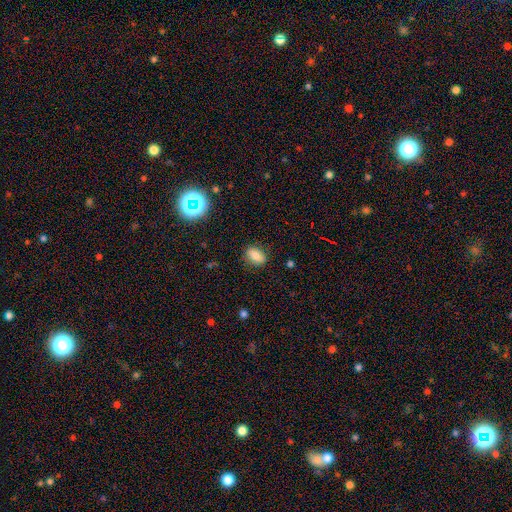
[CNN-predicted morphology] Q: Smooth or featured?
A: smooth (80%); runner-up: star or artifact (11%)
Q: How rounded?
A: in between (81%); runner-up: round (15%)
Q: Merging?
A: none (84%); runner-up: minor disturbance (12%)